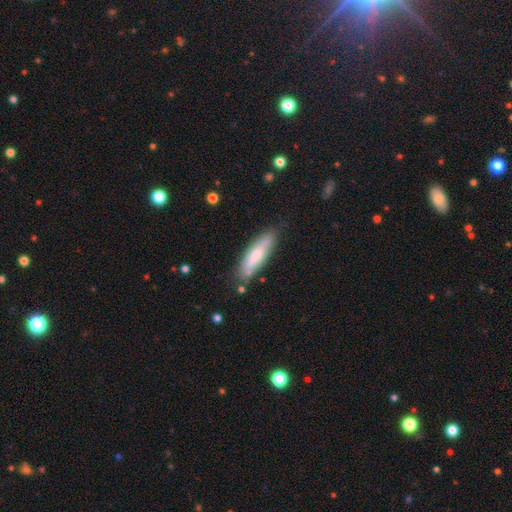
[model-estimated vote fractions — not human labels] smooth-or-featured: smooth: 64% | featured or disk: 30% | star or artifact: 6%
  how-rounded: cigar-shaped: 65% | in between: 33% | round: 2%
  merging: none: 80% | minor disturbance: 14% | major disturbance: 3% | merger: 3%